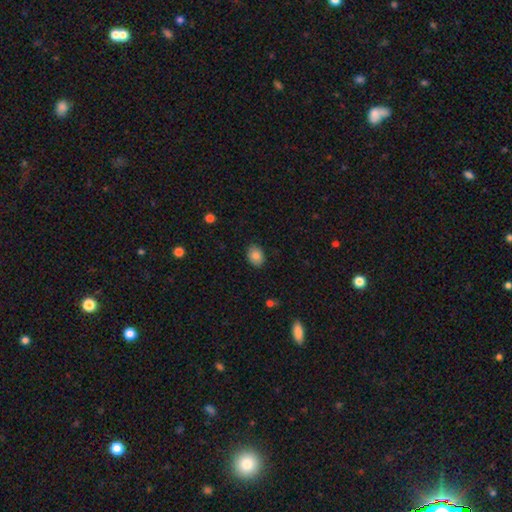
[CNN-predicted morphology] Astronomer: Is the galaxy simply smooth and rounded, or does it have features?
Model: smooth — 84%.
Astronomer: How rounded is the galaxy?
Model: in between — 69%.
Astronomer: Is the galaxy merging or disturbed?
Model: none — 87%.